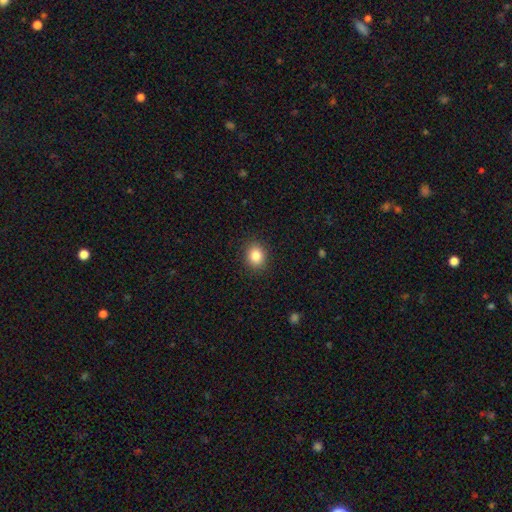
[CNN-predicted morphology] smooth_or_featured: smooth (p=0.85) [alt: star or artifact p=0.10]
how_rounded: round (p=0.60) [alt: in between p=0.39]
merging: none (p=0.89) [alt: minor disturbance p=0.07]